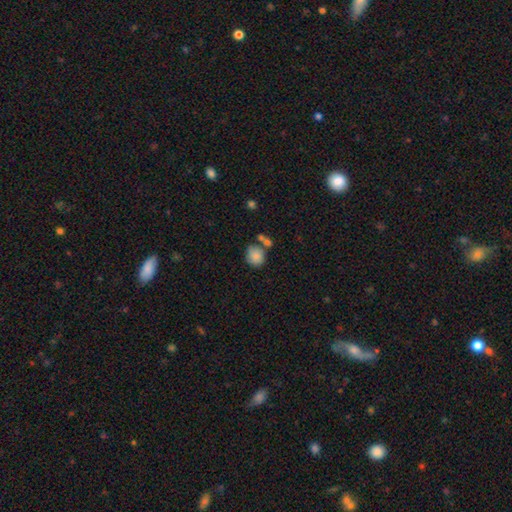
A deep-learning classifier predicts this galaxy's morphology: Smooth or featured: smooth — 84% (star or artifact — 8%)
How rounded: round — 72% (in between — 27%)
Merging: none — 58% (merger — 22%)